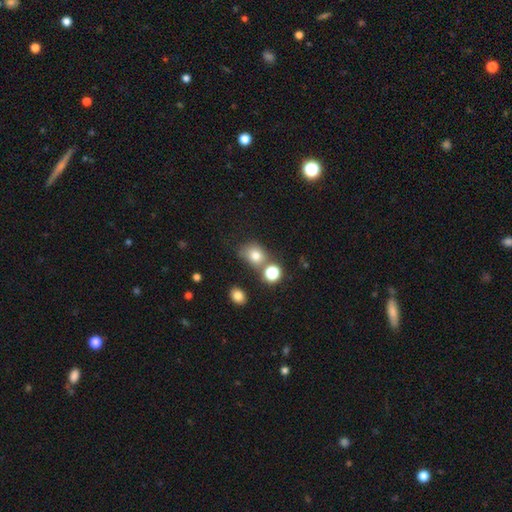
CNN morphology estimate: Smooth or featured?
  - smooth: 77% *
  - star or artifact: 14%
  - featured or disk: 9%
How rounded?
  - round: 60% *
  - in between: 39%
  - cigar-shaped: 1%
Merging?
  - none: 59% *
  - merger: 19%
  - minor disturbance: 16%
  - major disturbance: 6%